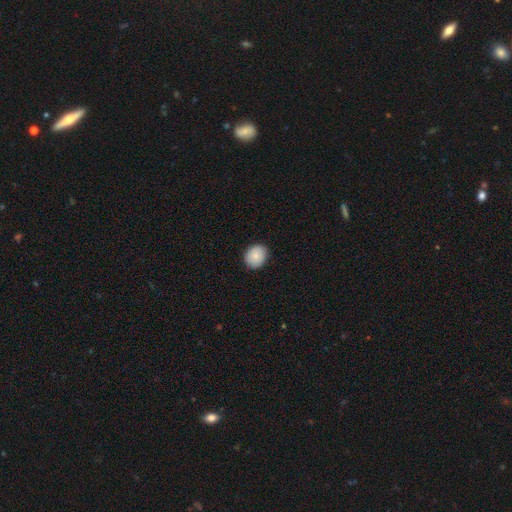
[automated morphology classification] smooth_or_featured: smooth (p=0.85) [alt: featured or disk p=0.08]
how_rounded: round (p=0.64) [alt: in between p=0.35]
merging: none (p=0.87) [alt: minor disturbance p=0.10]